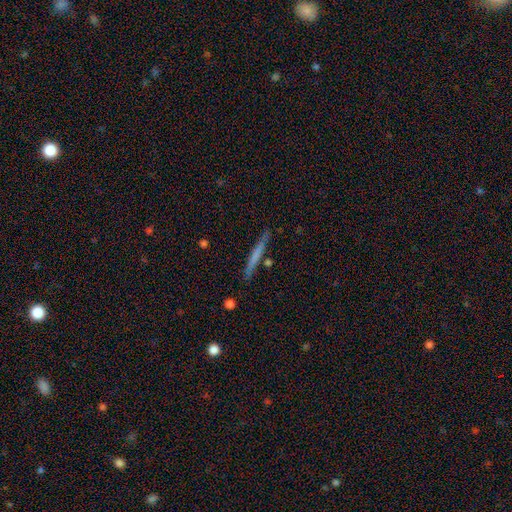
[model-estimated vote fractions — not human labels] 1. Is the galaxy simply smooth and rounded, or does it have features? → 57% smooth, 37% featured or disk, 6% star or artifact.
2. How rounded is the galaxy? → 96% cigar-shaped, 3% in between, 2% round.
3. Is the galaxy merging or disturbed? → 85% none, 10% minor disturbance, 3% merger, 2% major disturbance.